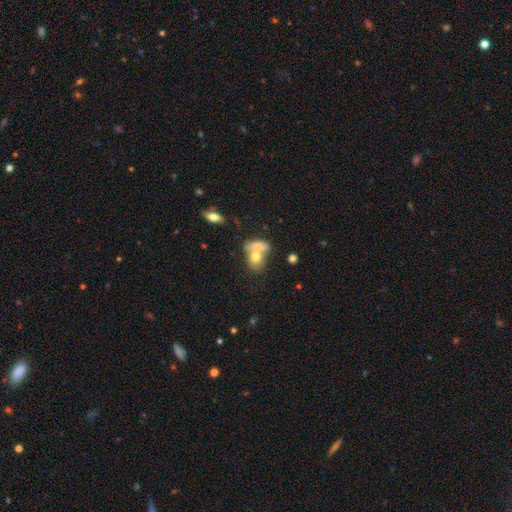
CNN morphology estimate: The model was most divided on "how rounded": in between: 61%, round: 35%, cigar-shaped: 4%. More confident: smooth or featured — smooth (73%); merging — merger (57%).